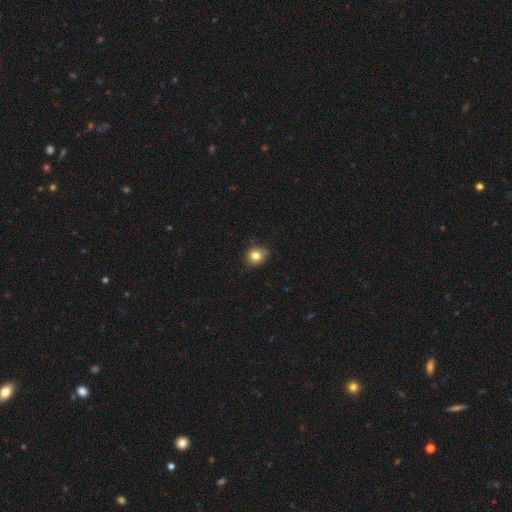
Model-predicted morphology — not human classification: Smooth or featured? smooth (80%)
How rounded? round (69%)
Merging? none (73%)